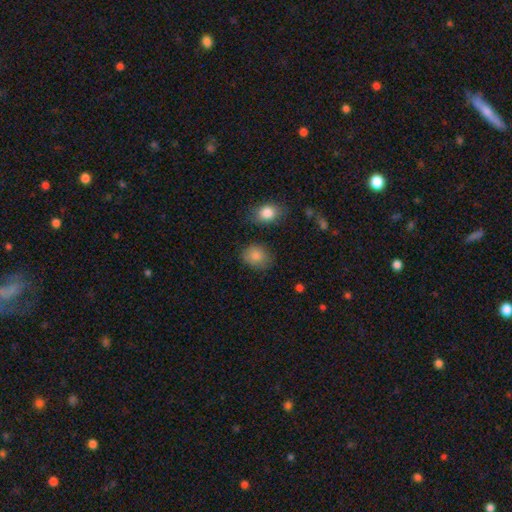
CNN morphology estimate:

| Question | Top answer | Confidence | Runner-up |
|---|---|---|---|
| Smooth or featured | smooth | 86% | star or artifact (8%) |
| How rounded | round | 50% | in between (49%) |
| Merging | none | 76% | minor disturbance (17%) |